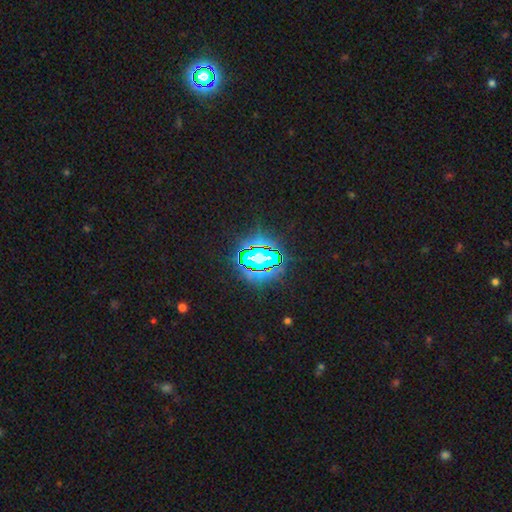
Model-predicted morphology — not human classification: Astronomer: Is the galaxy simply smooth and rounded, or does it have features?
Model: star or artifact — 79%.